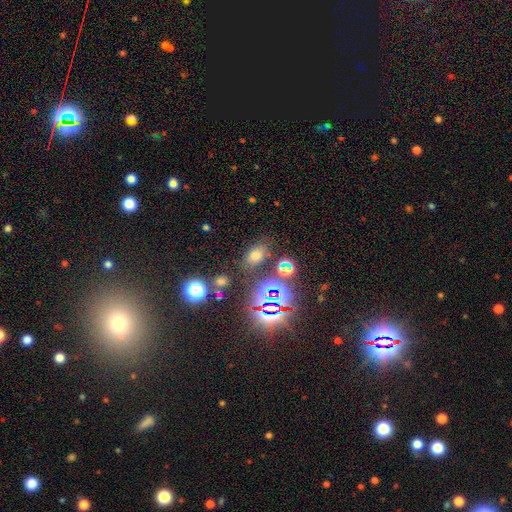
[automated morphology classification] Smooth or featured?
  - smooth: 60% *
  - star or artifact: 31%
  - featured or disk: 9%
How rounded?
  - in between: 84% *
  - round: 14%
  - cigar-shaped: 2%
Merging?
  - none: 76% *
  - minor disturbance: 12%
  - merger: 6%
  - major disturbance: 5%